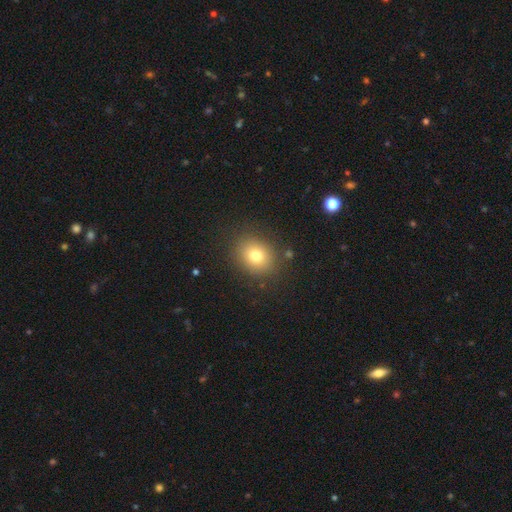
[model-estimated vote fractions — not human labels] Overall: smooth (76%). How rounded: round (60%; in between 39%). Merging: none (85%).